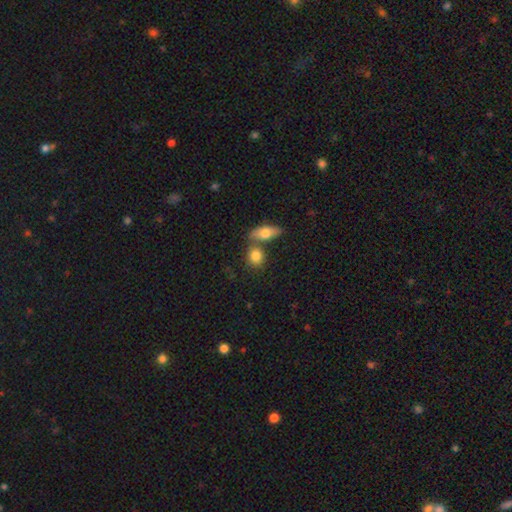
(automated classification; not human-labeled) A smooth galaxy with no disk features (81%) that is round (49%). Merging: none (53%).